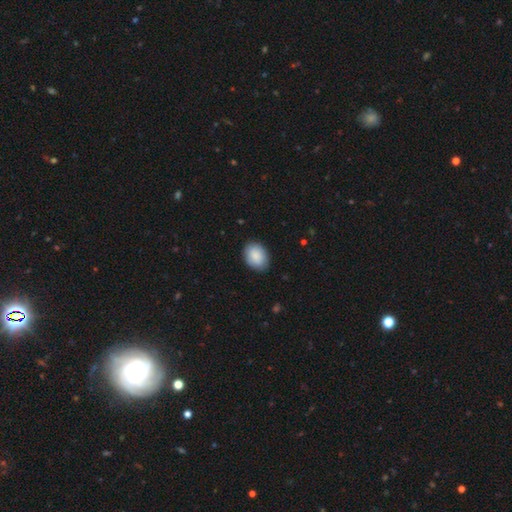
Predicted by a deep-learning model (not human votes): smooth 89%, star or artifact 6%, featured or disk 5%. Down the decision tree: how rounded — in between (75%); merging — none (85%).